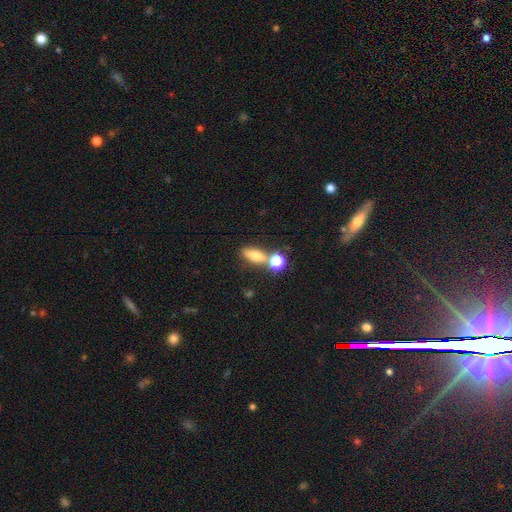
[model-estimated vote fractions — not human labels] Overall: smooth (69%). How rounded: in between (59%; cigar-shaped 23%). Merging: none (57%; merger 26%).